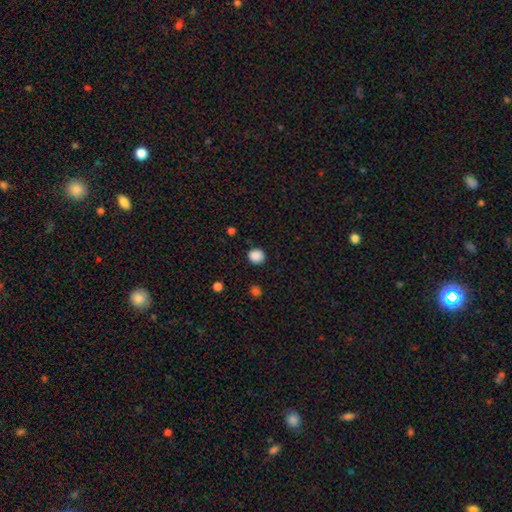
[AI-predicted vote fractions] Smooth or featured: smooth — 87% (star or artifact — 10%)
How rounded: round — 88% (in between — 12%)
Merging: none — 90% (minor disturbance — 7%)